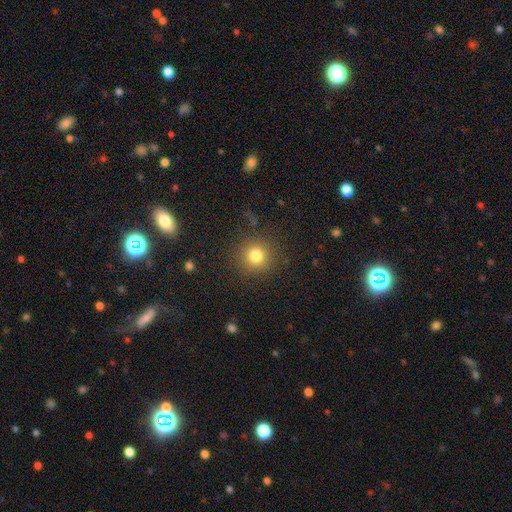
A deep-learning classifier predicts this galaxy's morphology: smooth-or-featured: smooth: 79% | star or artifact: 14% | featured or disk: 7%
  how-rounded: round: 93% | in between: 6% | cigar-shaped: 1%
  merging: none: 88% | minor disturbance: 7% | major disturbance: 3% | merger: 1%